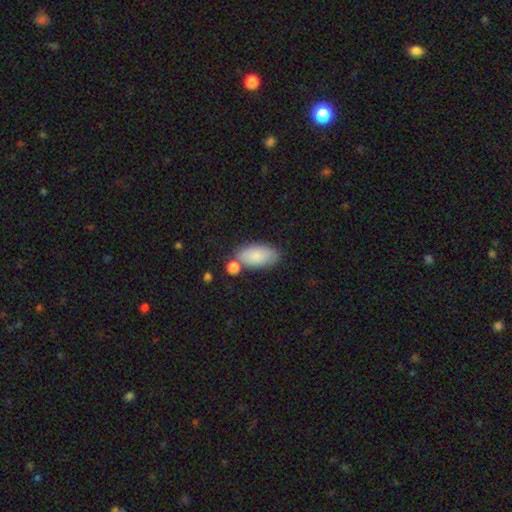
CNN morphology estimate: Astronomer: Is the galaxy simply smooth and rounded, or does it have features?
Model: smooth — 83%.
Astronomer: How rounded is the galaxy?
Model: in between — 94%.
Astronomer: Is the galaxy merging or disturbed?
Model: none — 68%.